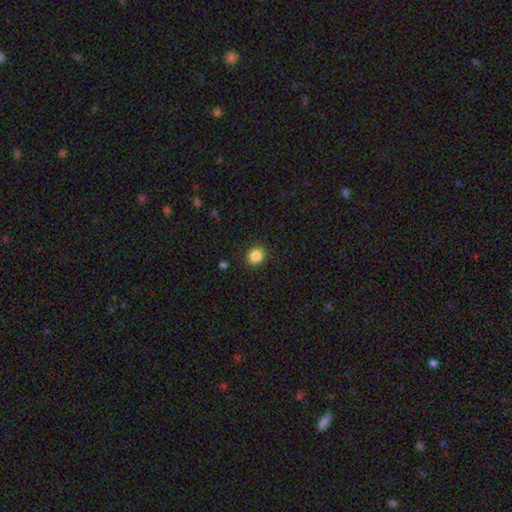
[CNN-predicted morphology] Smooth or featured? Predicted: smooth (p=0.86). How rounded? Predicted: round (p=0.77). Merging? Predicted: none (p=0.89).